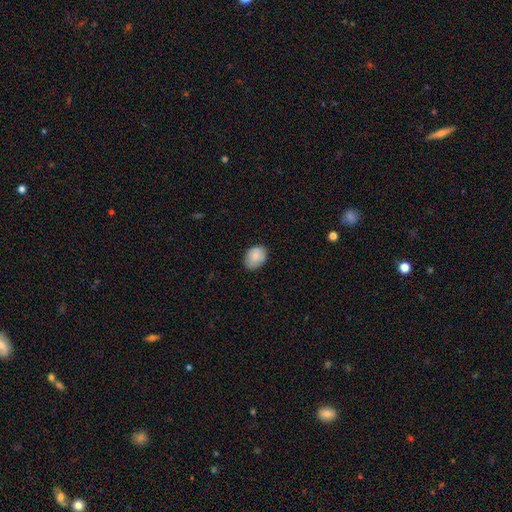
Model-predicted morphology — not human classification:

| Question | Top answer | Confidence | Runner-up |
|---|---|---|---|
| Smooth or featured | smooth | 84% | featured or disk (9%) |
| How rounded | in between | 73% | round (26%) |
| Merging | none | 79% | minor disturbance (18%) |